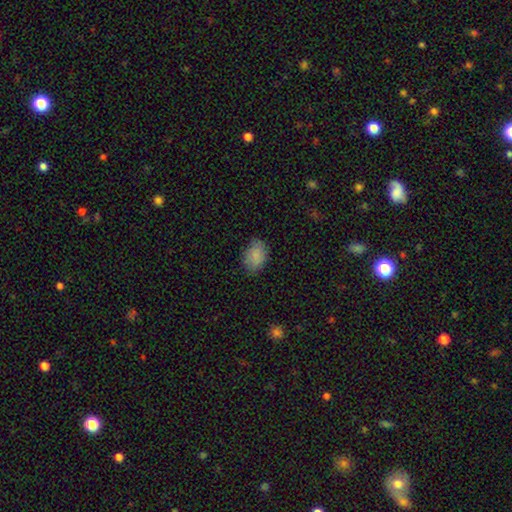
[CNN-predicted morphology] smooth-or-featured: smooth: 84% | star or artifact: 9% | featured or disk: 7%
  how-rounded: in between: 81% | round: 18% | cigar-shaped: 1%
  merging: none: 75% | minor disturbance: 19% | major disturbance: 4% | merger: 1%